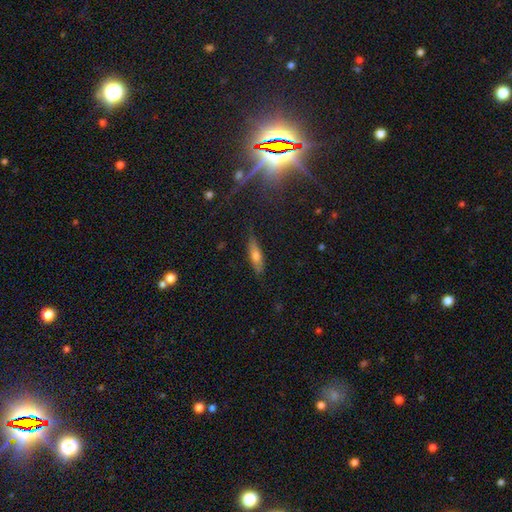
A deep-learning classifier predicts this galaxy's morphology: type=smooth (54%); roundness=cigar-shaped (66%); merging=none (83%).